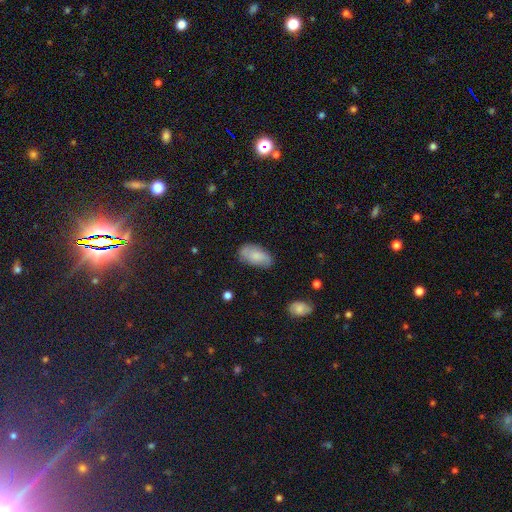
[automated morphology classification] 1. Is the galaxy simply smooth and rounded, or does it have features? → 73% smooth, 20% featured or disk, 7% star or artifact.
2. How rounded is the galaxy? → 94% in between, 3% round, 3% cigar-shaped.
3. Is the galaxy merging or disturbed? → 77% none, 17% minor disturbance, 4% major disturbance, 1% merger.